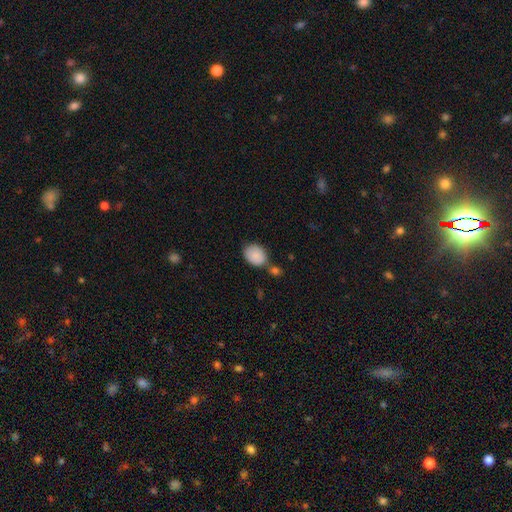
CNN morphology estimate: This appears to be a smooth galaxy with no disk features (88%) that is in between round and cigar-shaped (70%). Merging: none (57%).